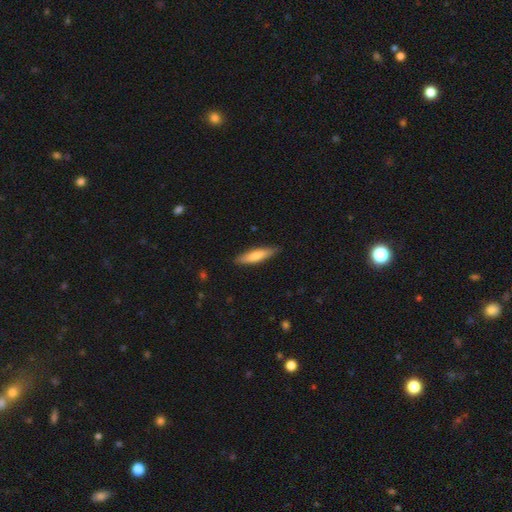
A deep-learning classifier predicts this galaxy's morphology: Smooth or featured? smooth (74%)
How rounded? cigar-shaped (76%)
Merging? none (86%)